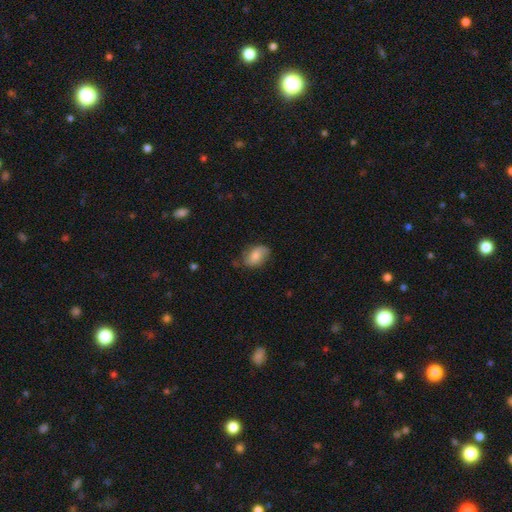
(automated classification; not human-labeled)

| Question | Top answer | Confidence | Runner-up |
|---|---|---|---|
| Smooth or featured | smooth | 61% | featured or disk (31%) |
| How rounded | in between | 80% | round (18%) |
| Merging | none | 64% | minor disturbance (27%) |